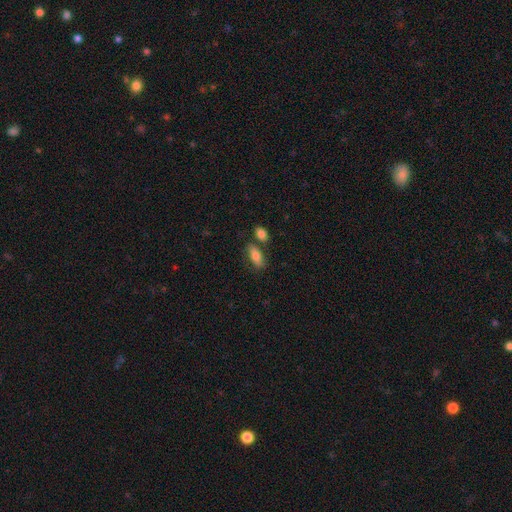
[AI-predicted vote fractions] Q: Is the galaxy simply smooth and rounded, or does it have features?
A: smooth — 77%.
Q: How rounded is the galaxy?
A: in between — 81%.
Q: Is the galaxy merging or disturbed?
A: none — 65%.